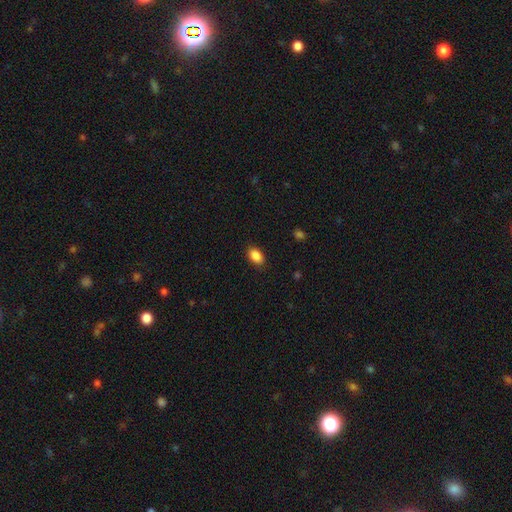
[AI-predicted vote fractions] Overall: smooth (89%). How rounded: in between (88%). Merging: none (87%).